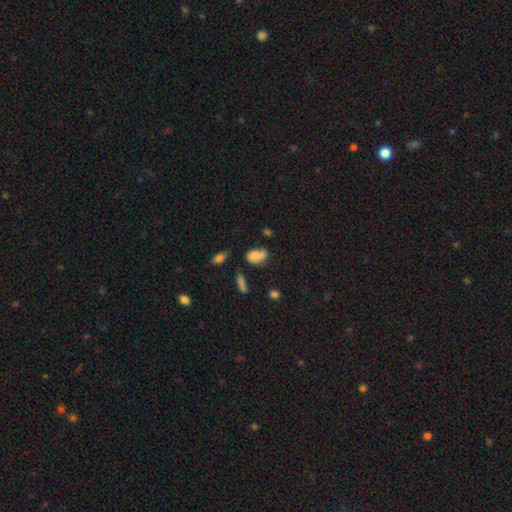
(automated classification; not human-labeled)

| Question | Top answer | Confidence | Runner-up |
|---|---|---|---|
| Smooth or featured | smooth | 63% | featured or disk (28%) |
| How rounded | in between | 85% | round (12%) |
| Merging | none | 54% | minor disturbance (28%) |